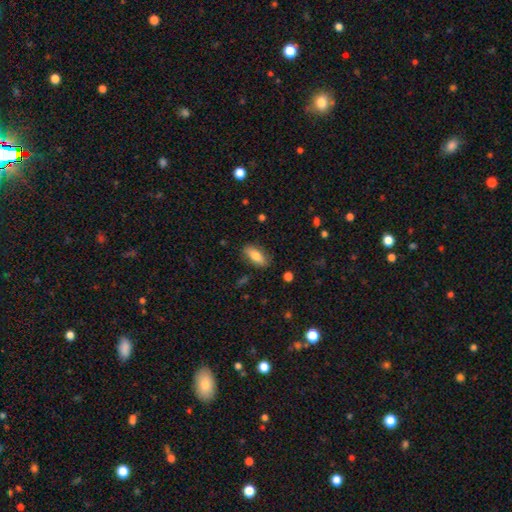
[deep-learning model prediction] smooth 77%, featured or disk 17%, star or artifact 7%. Down the decision tree: how rounded — in between (81%); merging — none (84%).